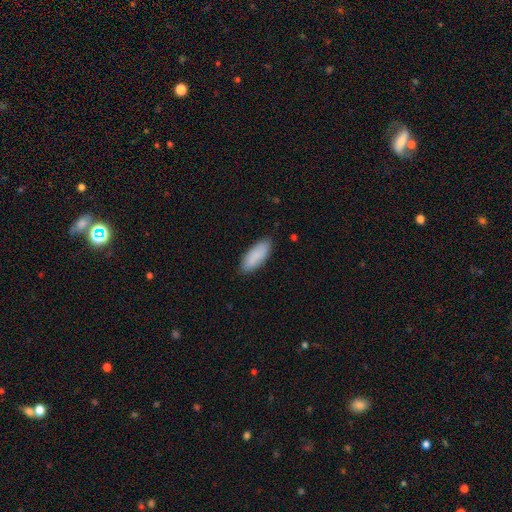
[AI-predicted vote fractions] smooth-or-featured: smooth: 86% | featured or disk: 8% | star or artifact: 6%
  how-rounded: in between: 79% | cigar-shaped: 20% | round: 2%
  merging: none: 85% | minor disturbance: 12% | major disturbance: 2% | merger: 1%